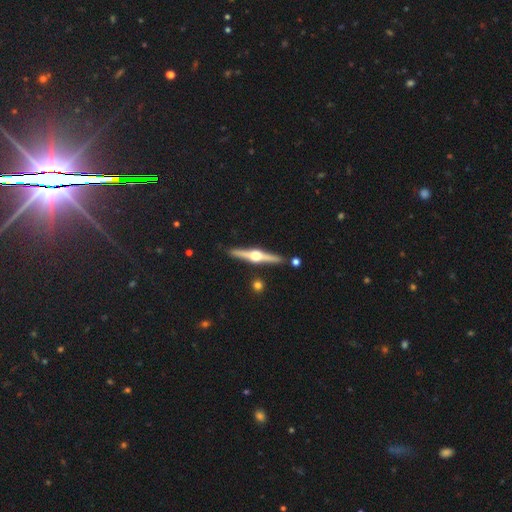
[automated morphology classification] The model was most divided on "smooth or featured": featured or disk: 84%, smooth: 12%, star or artifact: 5%. More confident: edge-on disk — yes (98%); edge-on bulge — rounded (96%); merging — none (89%).